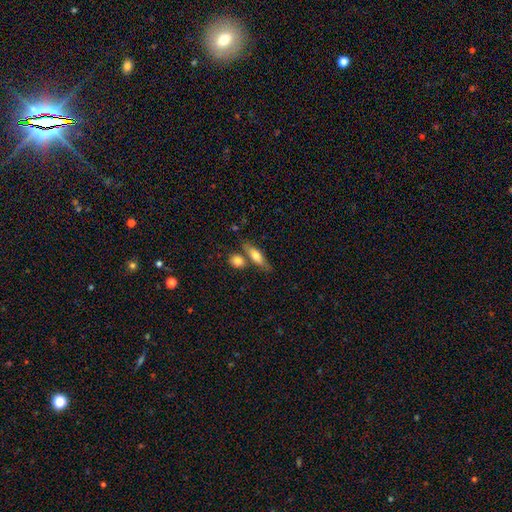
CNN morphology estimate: A smooth galaxy with no disk features (66%) that is cigar-shaped (50%). Merging: none (62%).